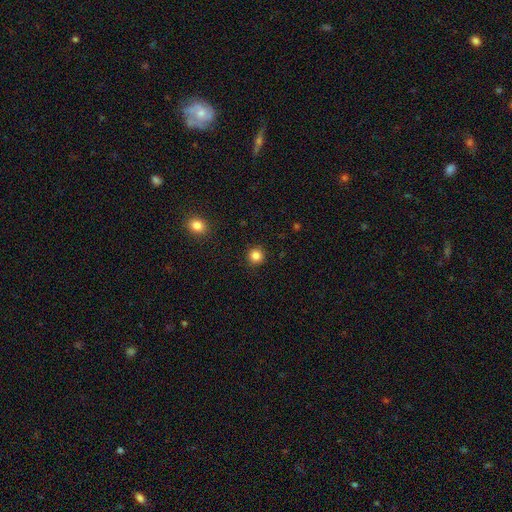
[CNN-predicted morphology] smooth 84%, star or artifact 12%, featured or disk 4%. Down the decision tree: how rounded — round (94%); merging — none (92%).